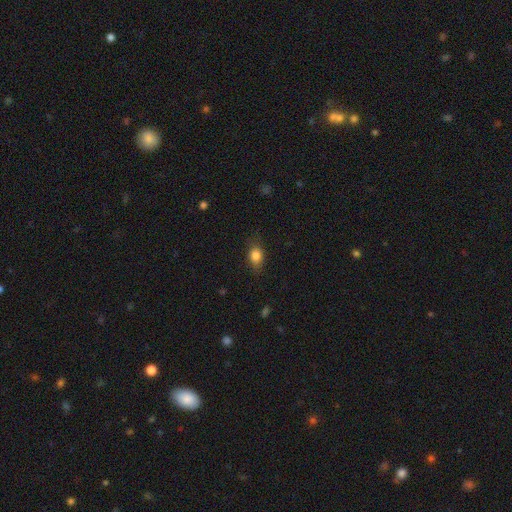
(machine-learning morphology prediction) Smooth or featured?
  - smooth: 82% *
  - star or artifact: 9%
  - featured or disk: 9%
How rounded?
  - in between: 70% *
  - round: 26%
  - cigar-shaped: 4%
Merging?
  - none: 78% *
  - minor disturbance: 17%
  - major disturbance: 4%
  - merger: 1%